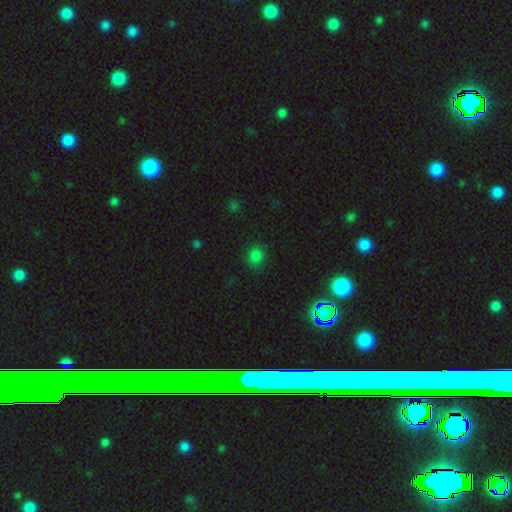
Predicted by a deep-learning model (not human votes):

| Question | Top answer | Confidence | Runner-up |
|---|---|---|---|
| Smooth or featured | smooth | 80% | star or artifact (16%) |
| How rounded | round | 70% | in between (29%) |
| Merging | none | 84% | minor disturbance (11%) |